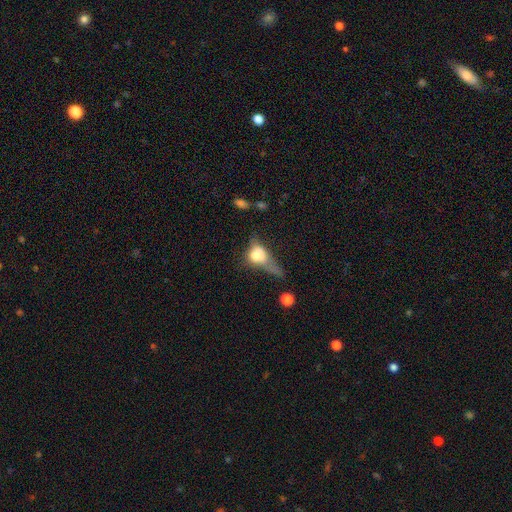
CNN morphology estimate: Smooth or featured? smooth (58%)
How rounded? in between (56%)
Merging? major disturbance (38%)